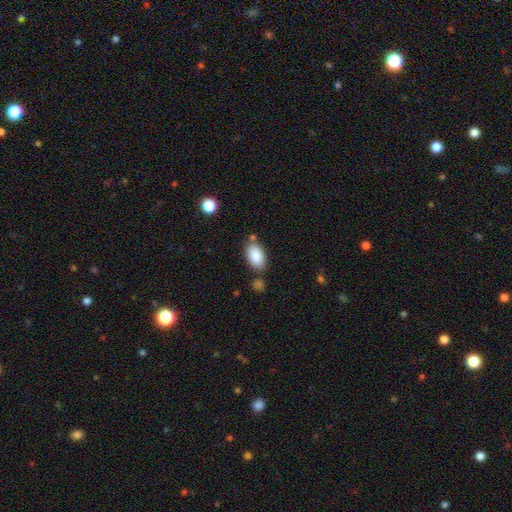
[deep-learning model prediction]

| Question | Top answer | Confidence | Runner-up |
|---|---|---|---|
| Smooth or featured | smooth | 87% | star or artifact (7%) |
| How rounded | in between | 94% | round (4%) |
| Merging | none | 70% | minor disturbance (15%) |